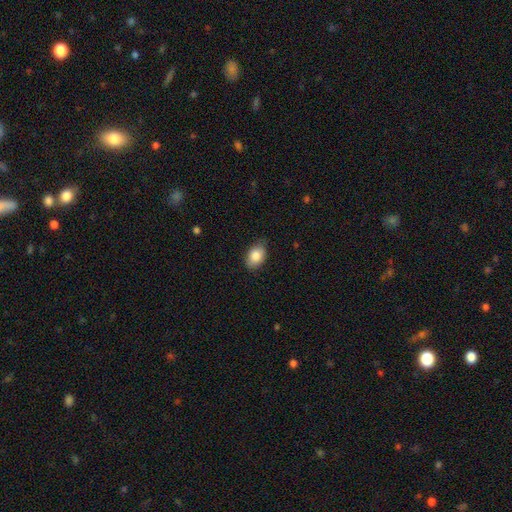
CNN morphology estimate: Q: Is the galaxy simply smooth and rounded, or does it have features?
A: smooth — 86%.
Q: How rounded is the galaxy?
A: in between — 85%.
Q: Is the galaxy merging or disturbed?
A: none — 81%.